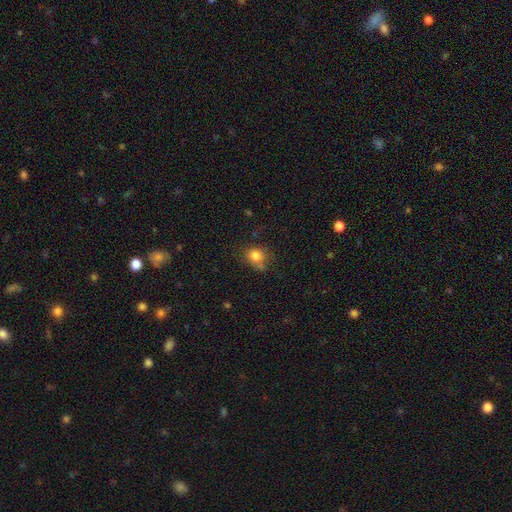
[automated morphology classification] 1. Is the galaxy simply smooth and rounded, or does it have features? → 80% smooth, 11% star or artifact, 8% featured or disk.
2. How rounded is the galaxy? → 66% round, 32% in between, 1% cigar-shaped.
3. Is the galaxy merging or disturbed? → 55% none, 28% minor disturbance, 11% major disturbance, 6% merger.